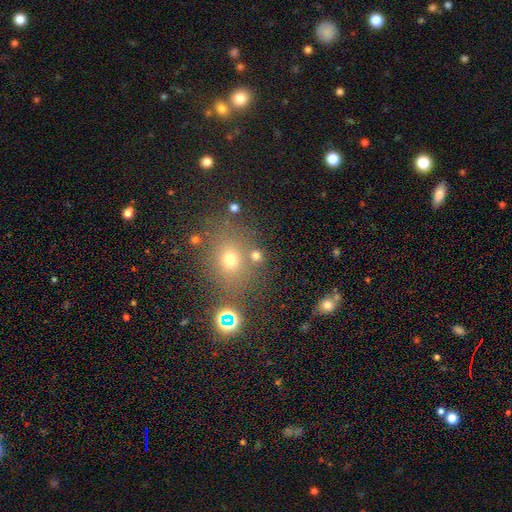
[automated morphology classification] type=smooth (65%); roundness=round (73%); merging=none (70%).